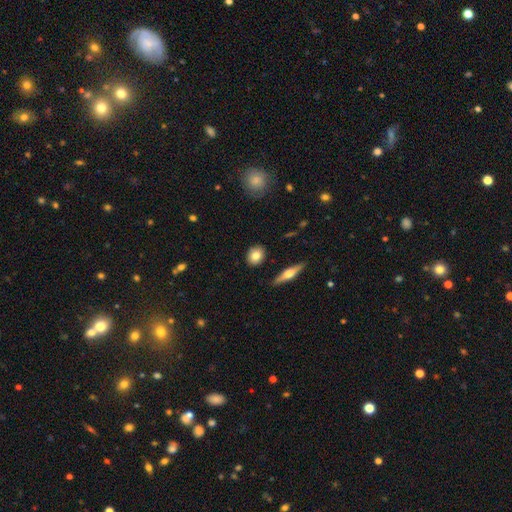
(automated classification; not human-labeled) Smooth or featured: smooth — 80% (featured or disk — 13%)
How rounded: round — 59% (in between — 38%)
Merging: none — 88% (minor disturbance — 8%)